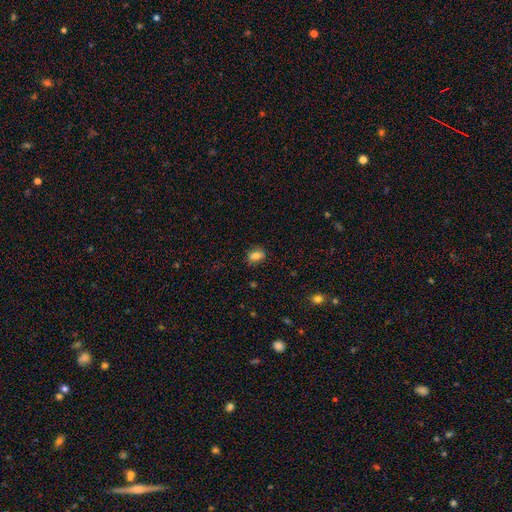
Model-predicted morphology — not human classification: A smooth galaxy with no disk features (80%) that is in between round and cigar-shaped (76%). Merging: none (82%).